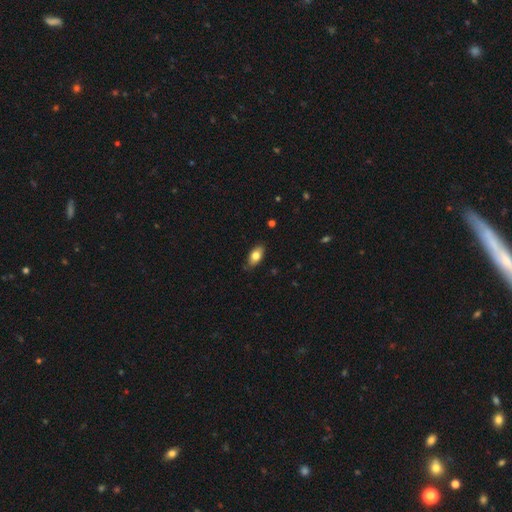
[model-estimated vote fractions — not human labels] The model was most divided on "merging": none: 80%, minor disturbance: 17%, major disturbance: 2%, merger: 1%. More confident: how rounded — in between (91%); smooth or featured — smooth (79%).